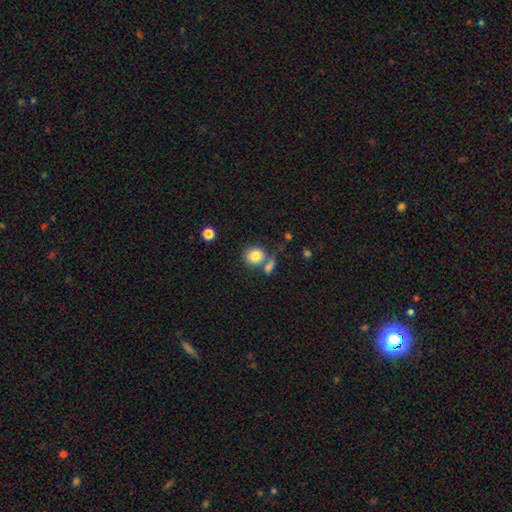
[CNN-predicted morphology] The model was most divided on "merging": none: 57%, merger: 27%, minor disturbance: 11%, major disturbance: 5%. More confident: smooth or featured — smooth (82%); how rounded — round (75%).